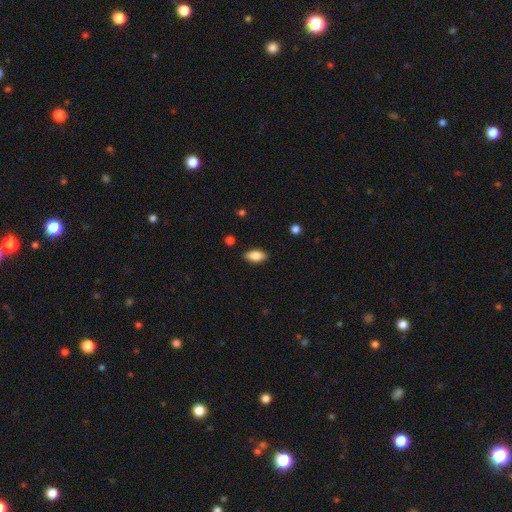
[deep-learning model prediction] Smooth or featured: smooth — 81% (featured or disk — 11%)
How rounded: in between — 90% (cigar-shaped — 7%)
Merging: none — 87% (minor disturbance — 10%)